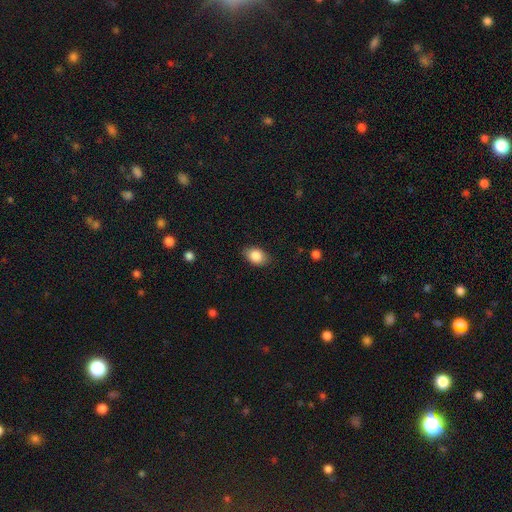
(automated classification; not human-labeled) This is clearly a smooth galaxy (86%). How rounded: likely in between (79%). Merging: clearly none (83%).